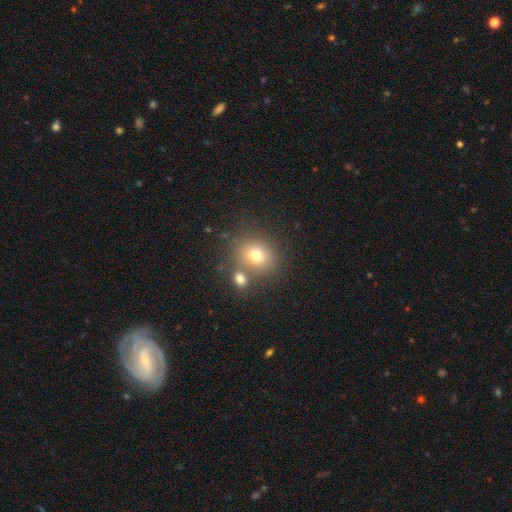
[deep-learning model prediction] A smooth galaxy with no disk features (73%) that is round (69%).

Vote fractions:
- Smooth or featured? smooth: 73% / star or artifact: 15% / featured or disk: 12%
- How rounded? round: 69% / in between: 30% / cigar-shaped: 1%
- Merging? none: 63% / merger: 23% / minor disturbance: 10% / major disturbance: 4%